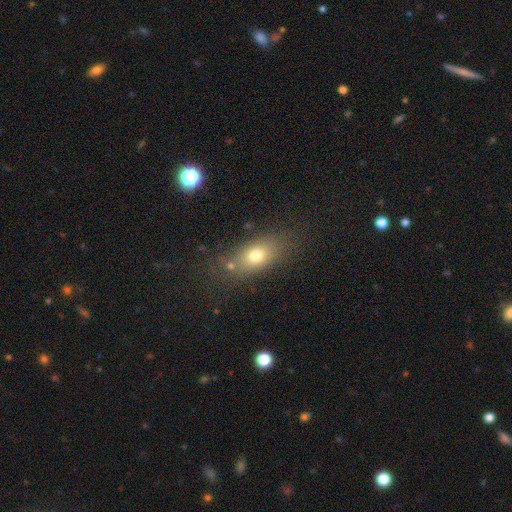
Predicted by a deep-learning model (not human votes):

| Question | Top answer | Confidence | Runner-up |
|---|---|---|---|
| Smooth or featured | smooth | 72% | featured or disk (16%) |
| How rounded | in between | 75% | round (16%) |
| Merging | none | 72% | minor disturbance (15%) |